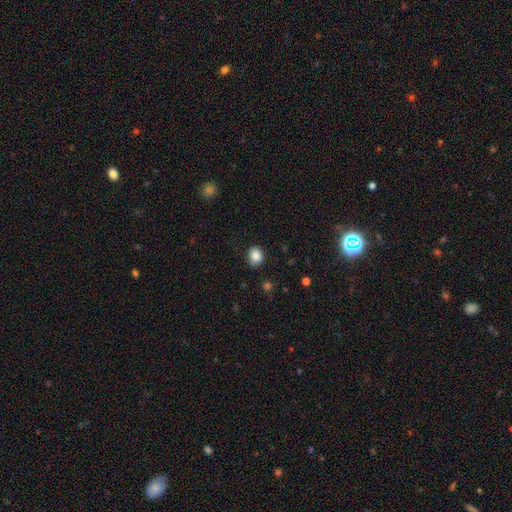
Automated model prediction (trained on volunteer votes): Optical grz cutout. It shows a smooth galaxy with no disk features (86%) that is round (64%). Merging: none (83%).